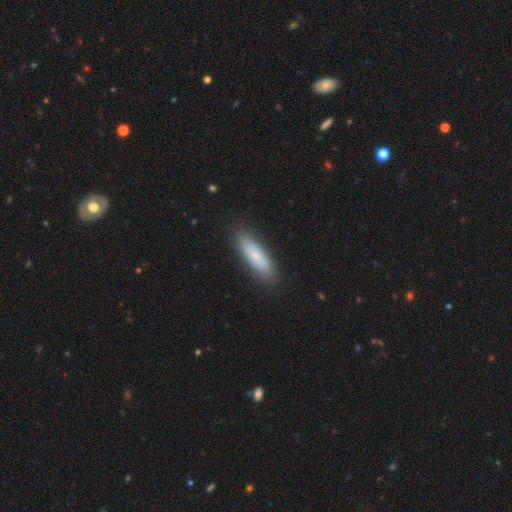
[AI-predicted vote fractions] A smooth galaxy with no disk features (70%) that is cigar-shaped (54%). Merging: none (87%).